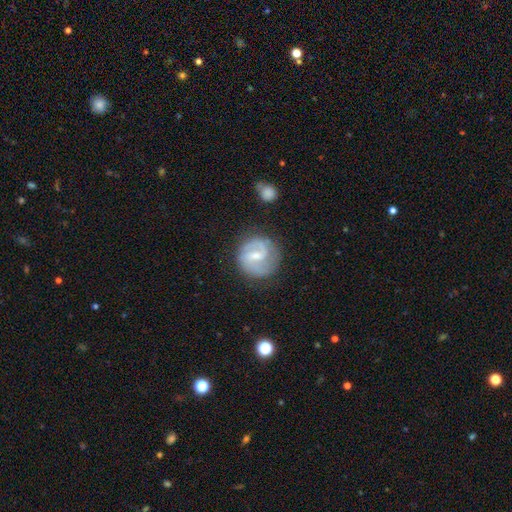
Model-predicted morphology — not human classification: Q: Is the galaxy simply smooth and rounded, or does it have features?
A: featured or disk — 78%.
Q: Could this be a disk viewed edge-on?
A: no — 98%.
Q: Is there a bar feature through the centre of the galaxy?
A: weak — 60%.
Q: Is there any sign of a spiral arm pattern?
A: yes — 94%.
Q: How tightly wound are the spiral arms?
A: medium — 50%.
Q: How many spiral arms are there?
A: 2 — 80%.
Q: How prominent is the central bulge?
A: small — 51%.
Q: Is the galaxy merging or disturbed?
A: none — 72%.